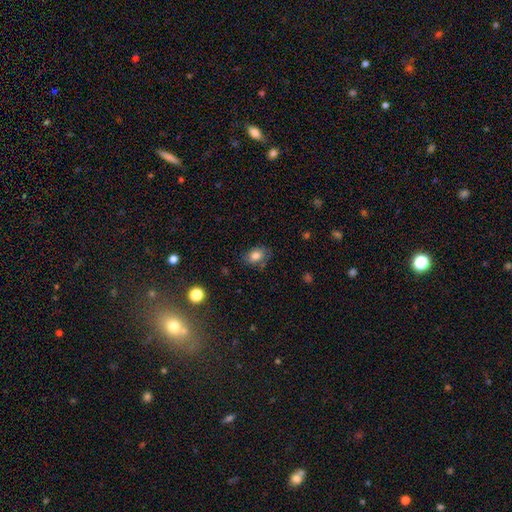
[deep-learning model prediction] A smooth galaxy with no disk features (80%) that is in between round and cigar-shaped (77%).

Vote fractions:
- Smooth or featured? smooth: 80% / featured or disk: 10% / star or artifact: 10%
- How rounded? in between: 77% / round: 22% / cigar-shaped: 1%
- Merging? none: 75% / minor disturbance: 18% / major disturbance: 5% / merger: 2%